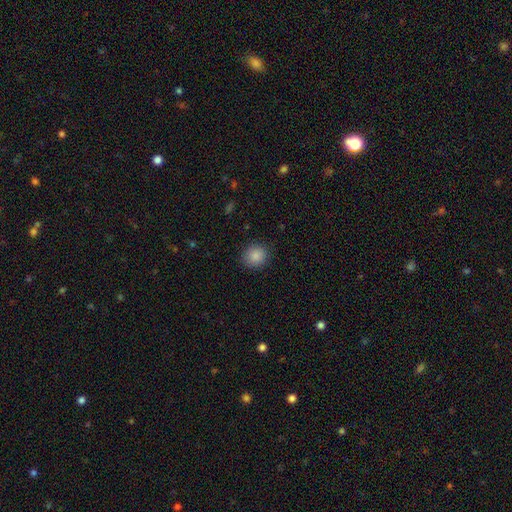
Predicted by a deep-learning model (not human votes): The model was most divided on "how rounded": round: 84%, in between: 15%, cigar-shaped: 1%. More confident: merging — none (89%); smooth or featured — smooth (88%).